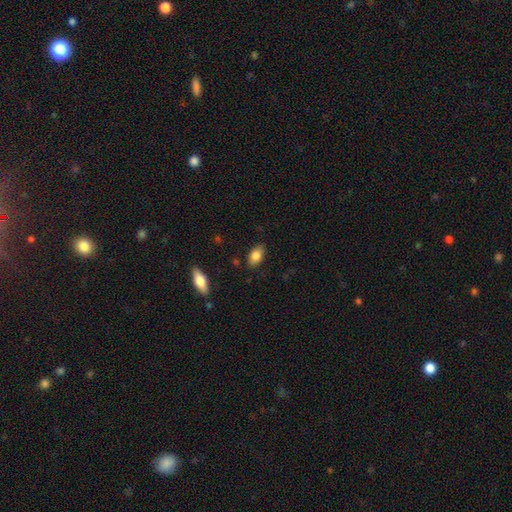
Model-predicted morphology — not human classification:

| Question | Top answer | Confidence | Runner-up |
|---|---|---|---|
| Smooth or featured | smooth | 83% | featured or disk (10%) |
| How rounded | in between | 91% | round (6%) |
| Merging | none | 84% | minor disturbance (12%) |